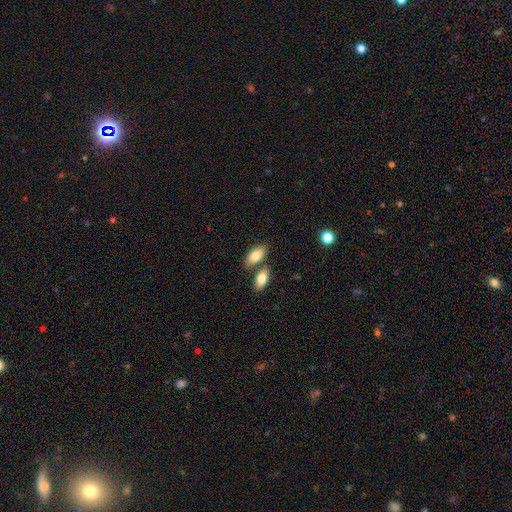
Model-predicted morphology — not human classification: Overall: smooth (80%). How rounded: in between (90%). Merging: none (60%; merger 27%).